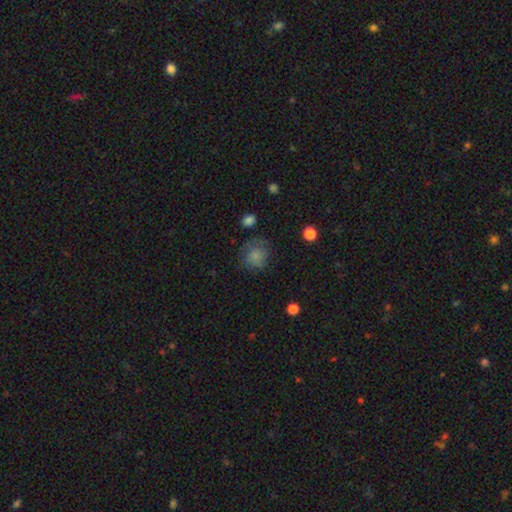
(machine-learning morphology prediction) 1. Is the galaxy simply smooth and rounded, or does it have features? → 70% smooth, 19% featured or disk, 11% star or artifact.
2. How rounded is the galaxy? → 81% round, 18% in between, 1% cigar-shaped.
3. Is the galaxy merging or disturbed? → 61% none, 23% minor disturbance, 14% major disturbance, 2% merger.